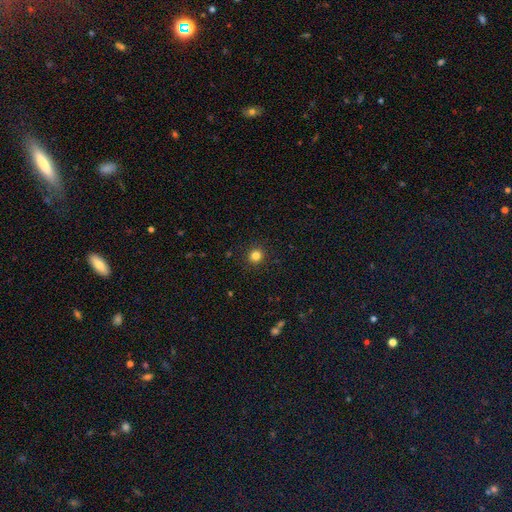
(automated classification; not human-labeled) smooth 82%, star or artifact 13%, featured or disk 5%. Down the decision tree: how rounded — round (92%); merging — none (92%).